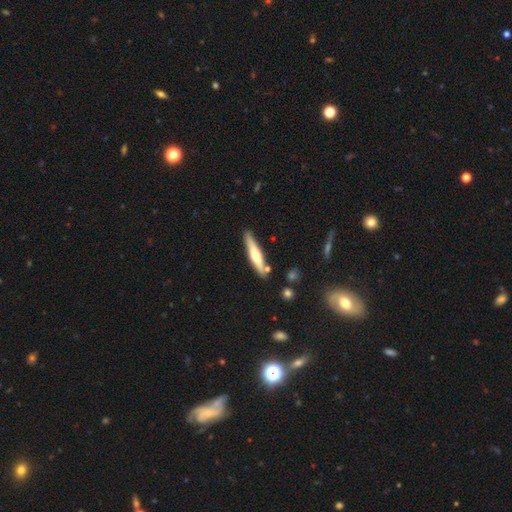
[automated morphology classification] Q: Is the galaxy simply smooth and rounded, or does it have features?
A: featured or disk — 48%.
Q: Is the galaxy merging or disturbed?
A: none — 84%.